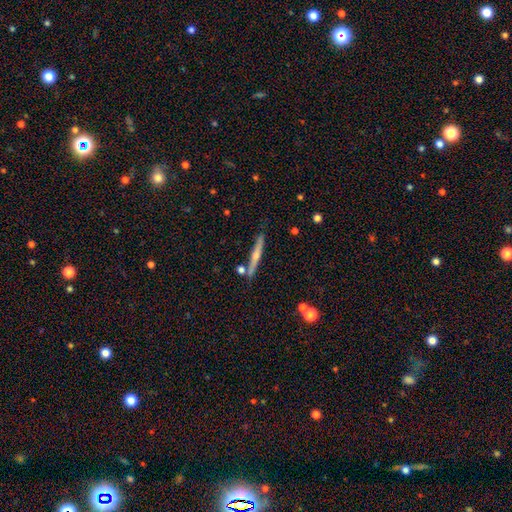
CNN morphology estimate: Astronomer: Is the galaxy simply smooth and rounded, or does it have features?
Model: featured or disk — 62%.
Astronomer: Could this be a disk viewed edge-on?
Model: yes — 97%.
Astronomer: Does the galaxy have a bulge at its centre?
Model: rounded — 78%.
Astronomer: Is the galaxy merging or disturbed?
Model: none — 82%.